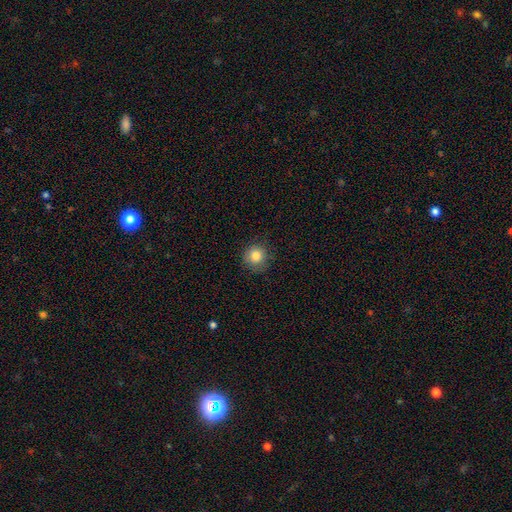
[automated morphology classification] The model was most divided on "smooth or featured": smooth: 83%, star or artifact: 10%, featured or disk: 7%. More confident: how rounded — round (92%); merging — none (84%).